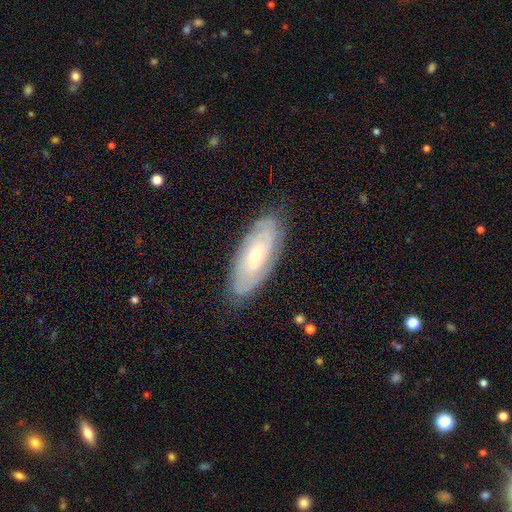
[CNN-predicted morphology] smooth_or_featured: featured or disk (p=0.66) [alt: smooth p=0.27]
disk_edge_on: no (p=0.86) [alt: yes p=0.14]
bar: no (p=0.74) [alt: weak p=0.21]
has_spiral_arms: yes (p=0.76) [alt: no p=0.24]
bulge_size: small (p=0.51) [alt: moderate p=0.45]
merging: none (p=0.81) [alt: minor disturbance p=0.15]